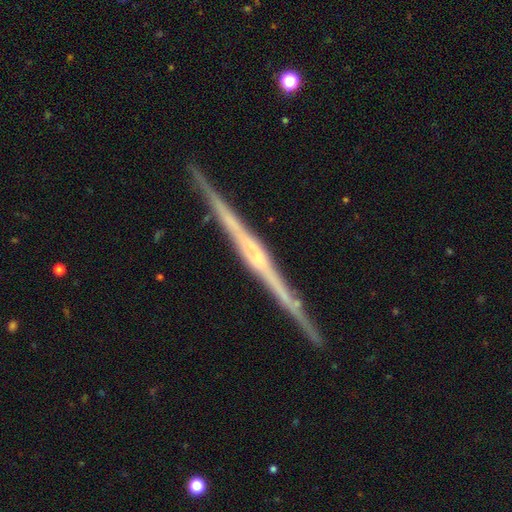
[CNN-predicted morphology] smooth_or_featured: featured or disk (p=0.87) [alt: smooth p=0.09]
disk_edge_on: yes (p=0.98) [alt: no p=0.02]
edge_on_bulge: rounded (p=0.48) [alt: none p=0.36]
merging: none (p=0.91) [alt: minor disturbance p=0.06]